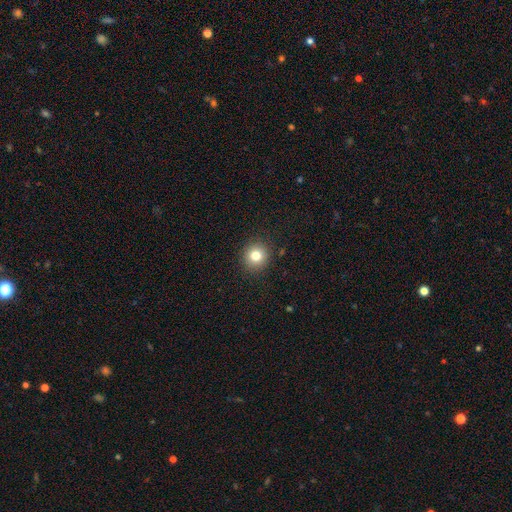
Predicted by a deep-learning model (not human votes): A smooth galaxy with no disk features (80%) that is round (90%). Merging: none (90%).